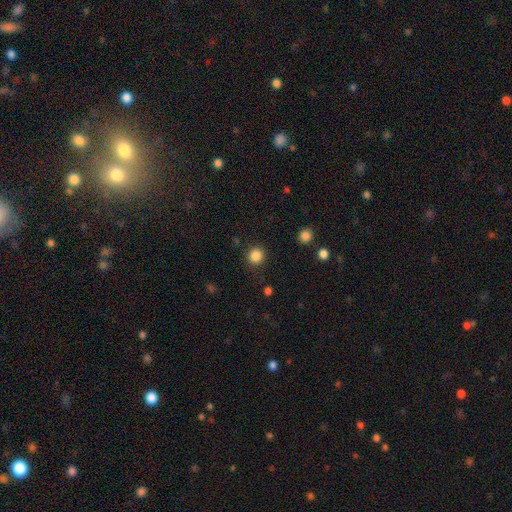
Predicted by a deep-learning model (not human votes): Smooth or featured? smooth (86%)
How rounded? round (91%)
Merging? none (89%)